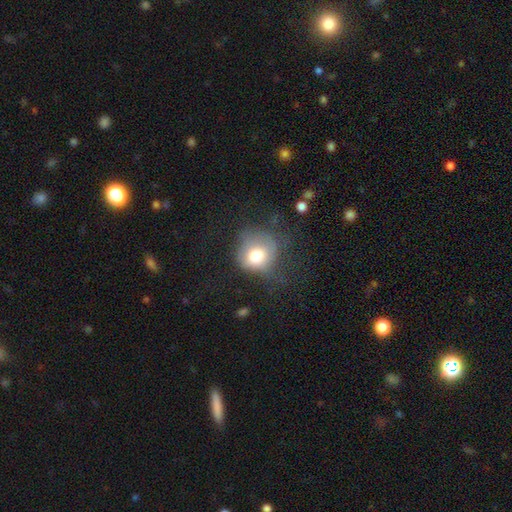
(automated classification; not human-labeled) Smooth or featured? Predicted: smooth (p=0.73). How rounded? Predicted: round (p=0.78). Merging? Predicted: none (p=0.42).